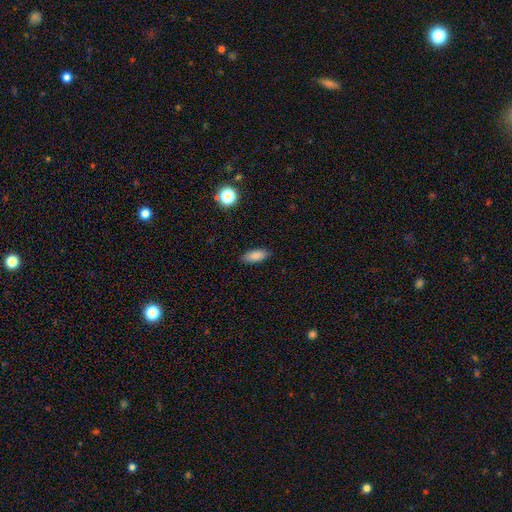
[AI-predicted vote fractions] A smooth galaxy with no disk features (86%) that is in between round and cigar-shaped (79%).

Vote fractions:
- Smooth or featured? smooth: 86% / star or artifact: 8% / featured or disk: 6%
- How rounded? in between: 79% / cigar-shaped: 18% / round: 3%
- Merging? none: 87% / minor disturbance: 9% / major disturbance: 2% / merger: 1%